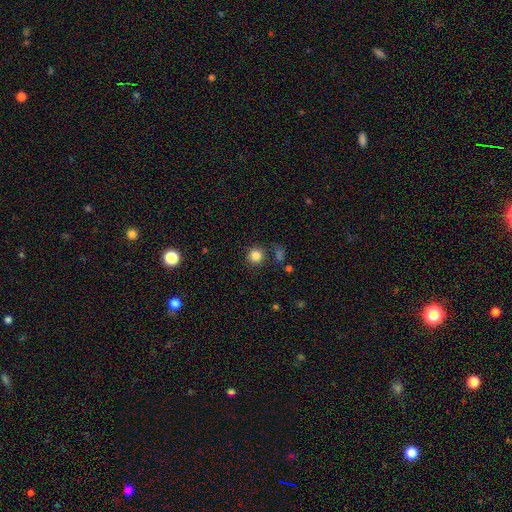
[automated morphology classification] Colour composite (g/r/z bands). It shows a smooth galaxy with no disk features (84%) that is round (93%). Merging: none (78%).